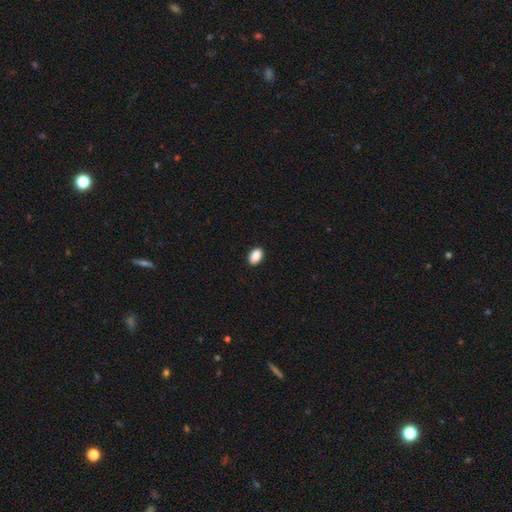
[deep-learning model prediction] smooth 90%, star or artifact 7%, featured or disk 3%. Down the decision tree: how rounded — in between (89%); merging — none (90%).